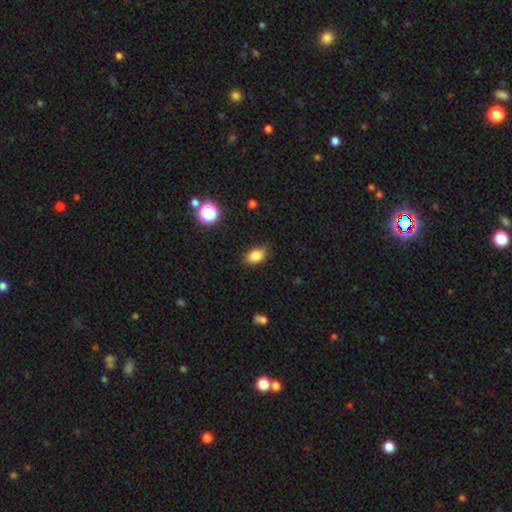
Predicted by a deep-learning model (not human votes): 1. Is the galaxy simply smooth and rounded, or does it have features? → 84% smooth, 10% star or artifact, 6% featured or disk.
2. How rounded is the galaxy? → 82% in between, 16% round, 2% cigar-shaped.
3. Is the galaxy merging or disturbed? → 81% none, 15% minor disturbance, 3% major disturbance, 1% merger.